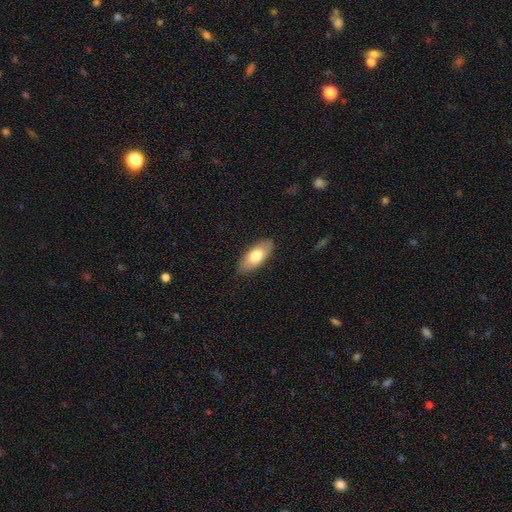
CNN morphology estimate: This appears to be a smooth galaxy with no disk features (75%) that is in between round and cigar-shaped (86%). Merging: none (87%).